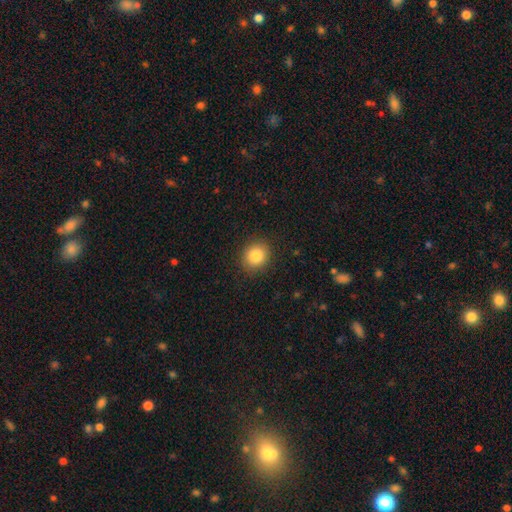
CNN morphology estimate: type=smooth (84%); roundness=round (74%); merging=none (89%).